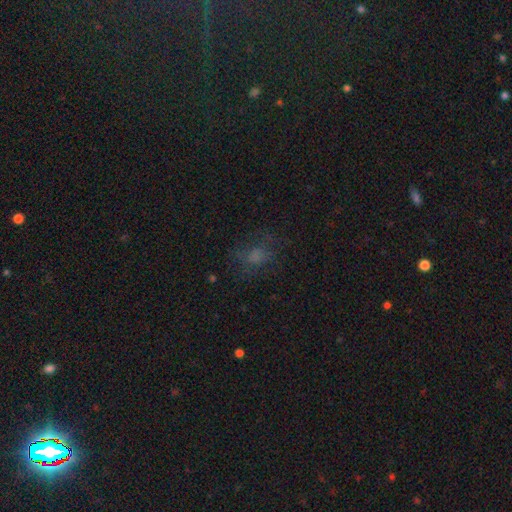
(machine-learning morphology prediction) Smooth or featured? smooth (54%)
How rounded? in between (50%)
Merging? none (62%)